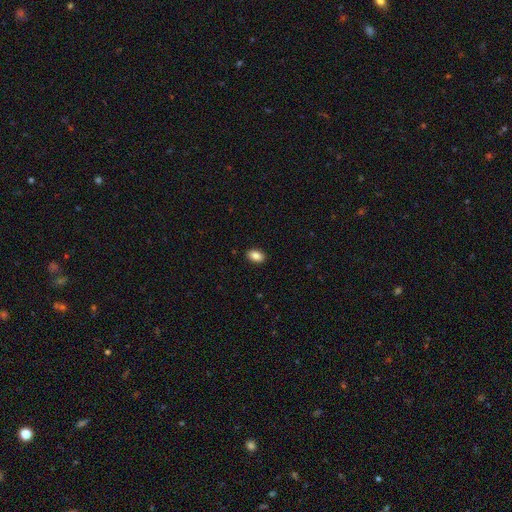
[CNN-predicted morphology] This is clearly a smooth galaxy (87%). How rounded: clearly in between (89%). Merging: clearly none (90%).